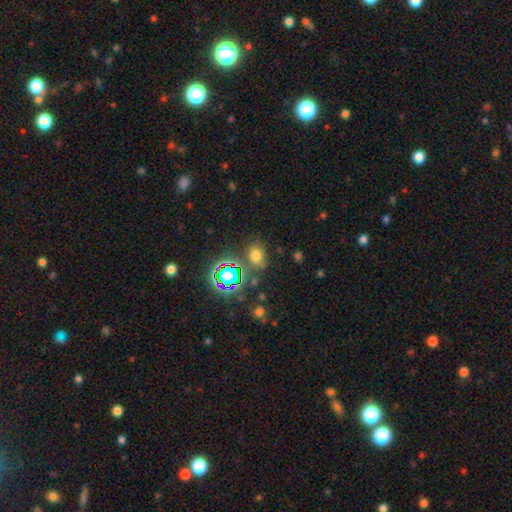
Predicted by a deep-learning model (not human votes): Overall: smooth (60%; star or artifact 31%). How rounded: in between (54%; round 44%). Merging: none (70%).